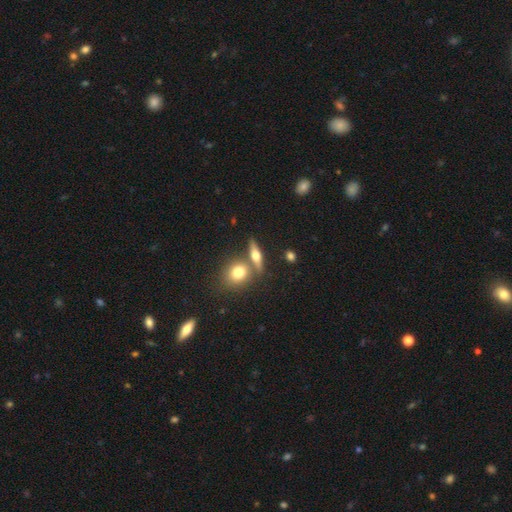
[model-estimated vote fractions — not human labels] Smooth or featured? Predicted: featured or disk (p=0.50). Merging? Predicted: none (p=0.69).